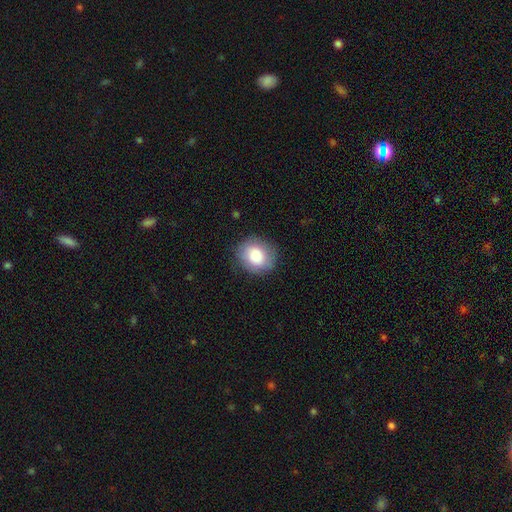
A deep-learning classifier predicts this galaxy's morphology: A smooth galaxy with no disk features (82%) that is round (74%). Merging: none (83%).